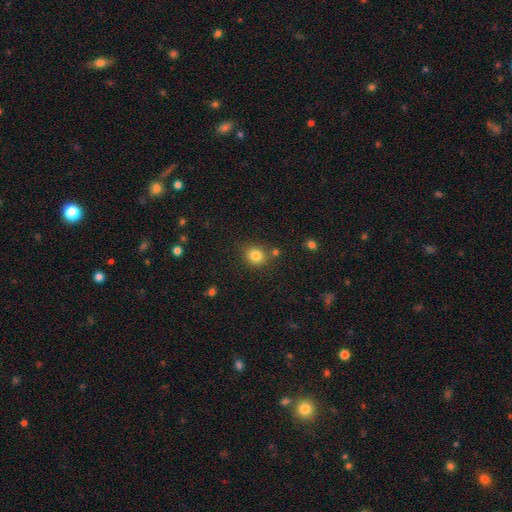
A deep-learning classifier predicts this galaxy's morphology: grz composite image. It shows a smooth galaxy with no disk features (82%) that is round (79%). Merging: none (78%).